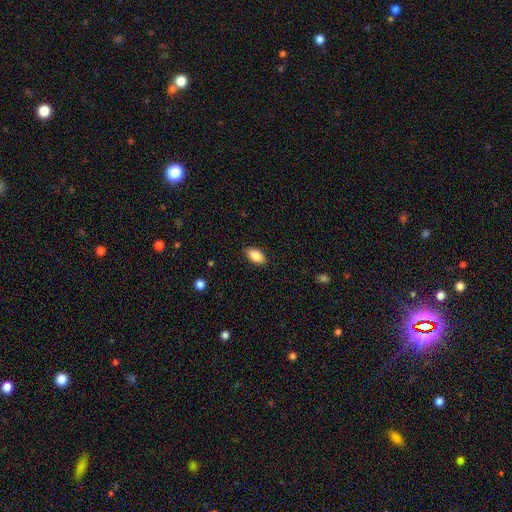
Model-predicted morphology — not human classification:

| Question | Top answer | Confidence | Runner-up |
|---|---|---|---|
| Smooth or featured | smooth | 85% | featured or disk (8%) |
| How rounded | in between | 93% | round (4%) |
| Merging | none | 88% | minor disturbance (9%) |